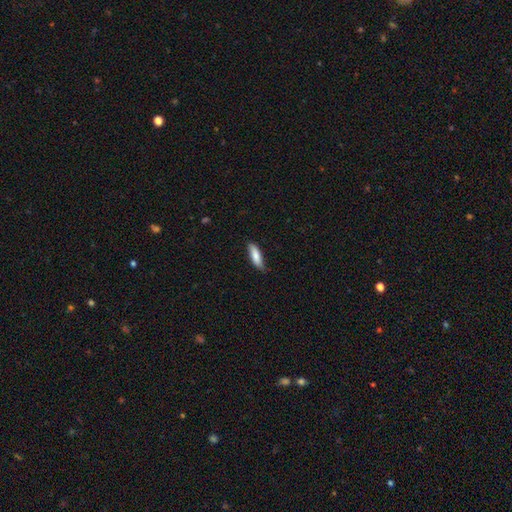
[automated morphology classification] A smooth galaxy with no disk features (80%) that is cigar-shaped (51%). Merging: none (75%).